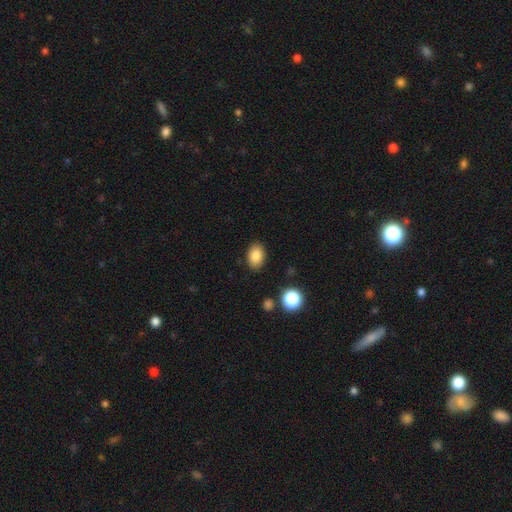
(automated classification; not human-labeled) smooth-or-featured: smooth: 84% | star or artifact: 9% | featured or disk: 7%
  how-rounded: in between: 83% | round: 16% | cigar-shaped: 1%
  merging: none: 87% | minor disturbance: 9% | major disturbance: 2% | merger: 1%